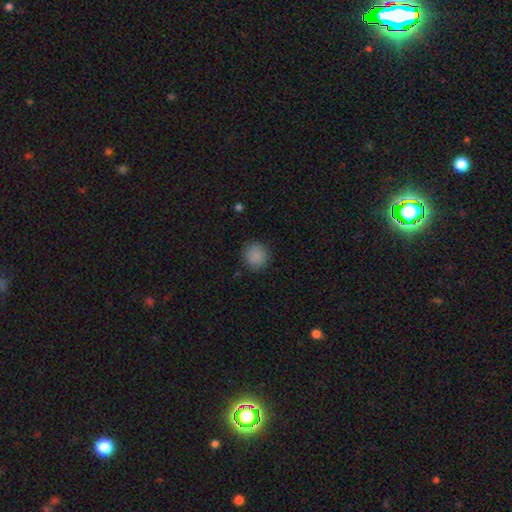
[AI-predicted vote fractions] Smooth or featured? Predicted: smooth (p=0.87). How rounded? Predicted: round (p=0.90). Merging? Predicted: none (p=0.88).